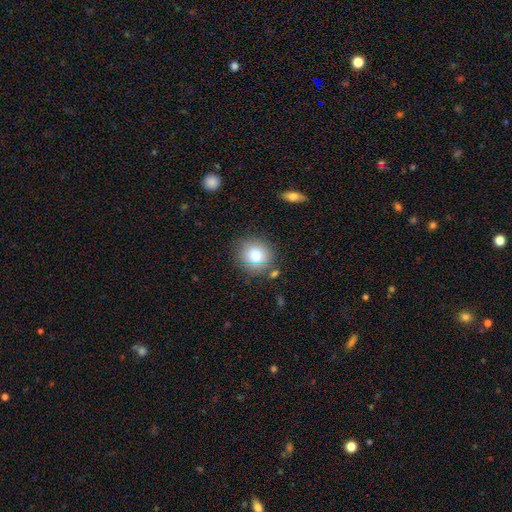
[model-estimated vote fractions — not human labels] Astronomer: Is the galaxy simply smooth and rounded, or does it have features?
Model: smooth — 81%.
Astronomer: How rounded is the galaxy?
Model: round — 84%.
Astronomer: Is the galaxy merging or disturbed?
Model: none — 80%.